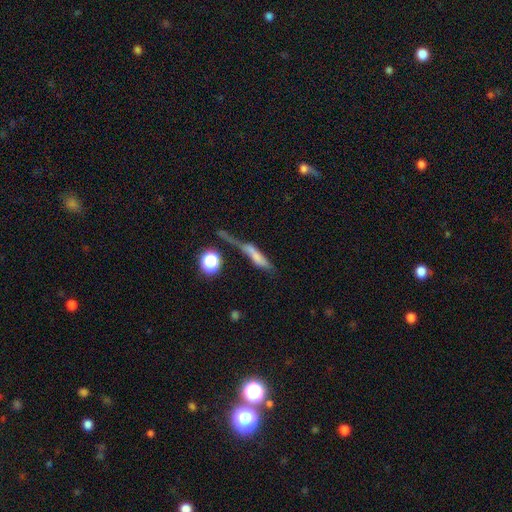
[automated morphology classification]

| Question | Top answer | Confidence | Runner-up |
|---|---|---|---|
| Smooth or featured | smooth | 56% | featured or disk (30%) |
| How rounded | cigar-shaped | 66% | in between (26%) |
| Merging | merger | 33% | major disturbance (29%) |